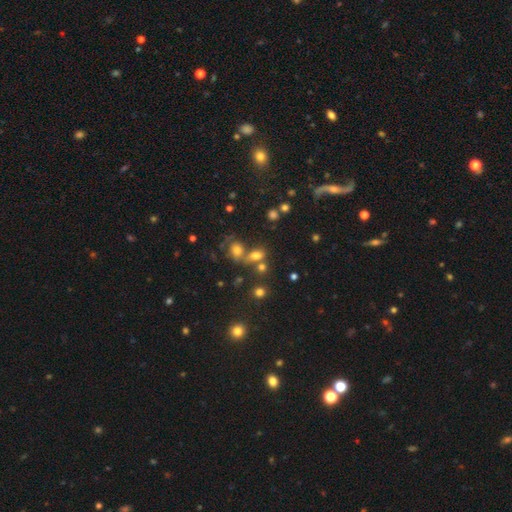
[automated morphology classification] This is likely a smooth galaxy (68%). How rounded: possibly in between (58%). Merging: marginally none (44%).